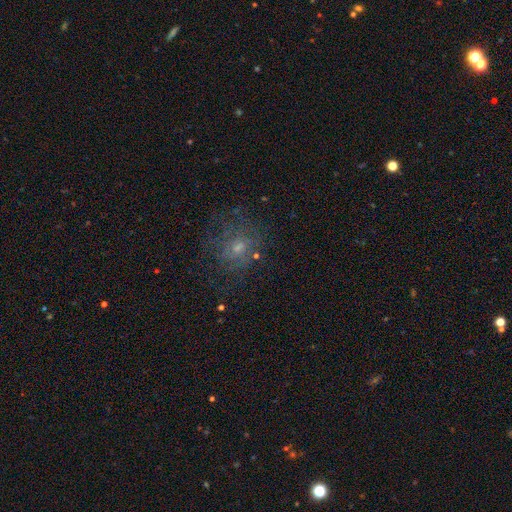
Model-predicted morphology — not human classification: The model was most divided on "smooth or featured": smooth: 40%, featured or disk: 37%, star or artifact: 22%. More confident: merging — none (64%).